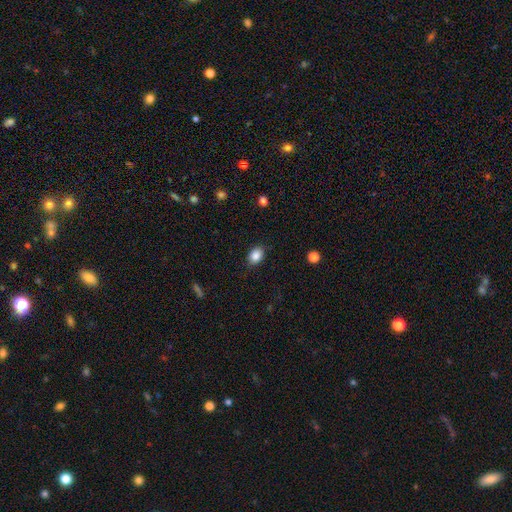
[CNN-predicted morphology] Smooth or featured: smooth — 87% (star or artifact — 9%)
How rounded: in between — 70% (round — 29%)
Merging: none — 85% (minor disturbance — 11%)